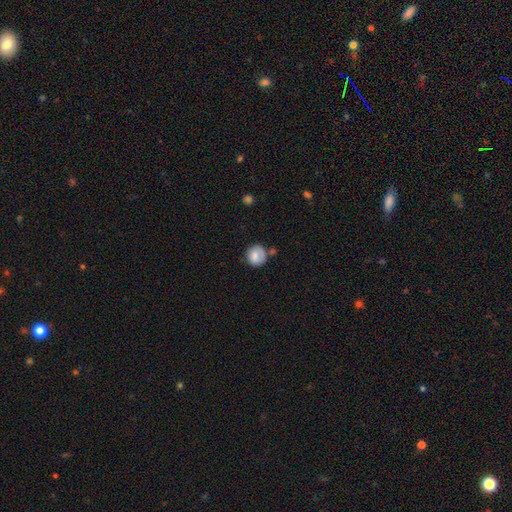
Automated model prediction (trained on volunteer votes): This appears to be a smooth galaxy with no disk features (79%) that is round (83%). Merging: none (66%).